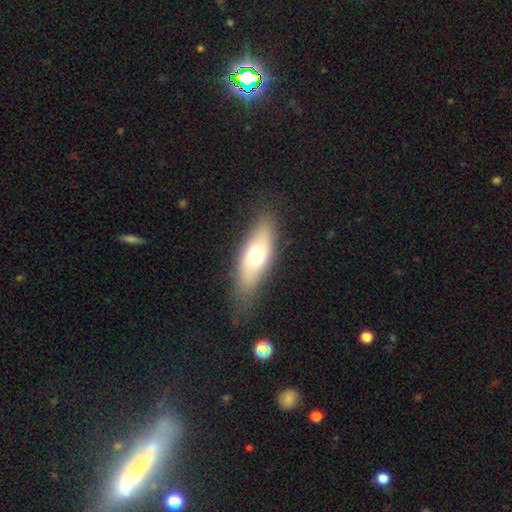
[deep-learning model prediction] Morphology: type=smooth (63%); roundness=in between (70%); merging=none (80%).